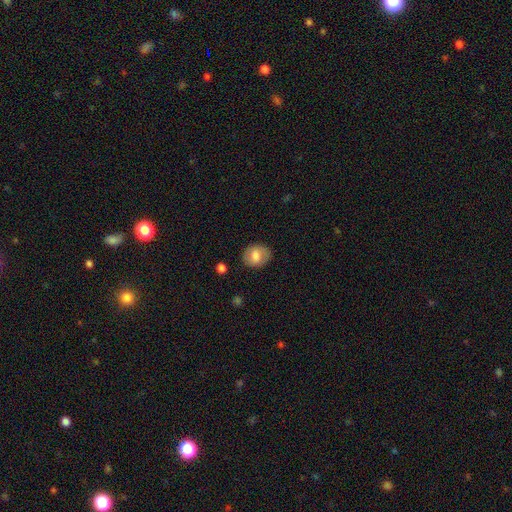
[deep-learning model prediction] Smooth or featured?
  - smooth: 72% *
  - featured or disk: 21%
  - star or artifact: 8%
How rounded?
  - in between: 55% *
  - round: 44%
  - cigar-shaped: 1%
Merging?
  - none: 82% *
  - minor disturbance: 13%
  - major disturbance: 4%
  - merger: 1%